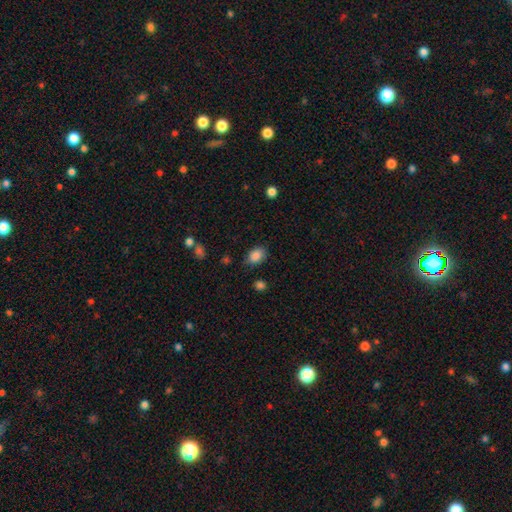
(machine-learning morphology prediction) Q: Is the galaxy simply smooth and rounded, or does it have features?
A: smooth — 86%.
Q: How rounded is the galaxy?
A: in between — 78%.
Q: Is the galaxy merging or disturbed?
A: none — 76%.